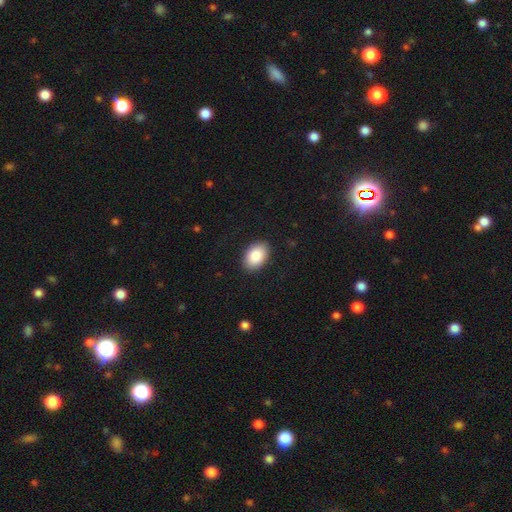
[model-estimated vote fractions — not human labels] Q: Smooth or featured?
A: smooth (87%); runner-up: star or artifact (6%)
Q: How rounded?
A: in between (89%); runner-up: round (10%)
Q: Merging?
A: none (89%); runner-up: minor disturbance (8%)